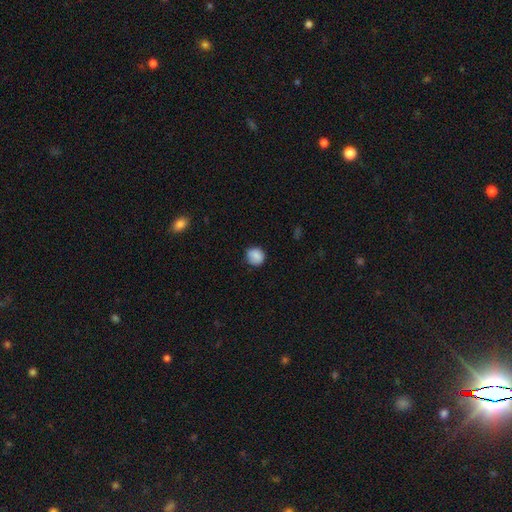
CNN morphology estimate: Smooth or featured? Predicted: smooth (p=0.86). How rounded? Predicted: round (p=0.85). Merging? Predicted: none (p=0.79).